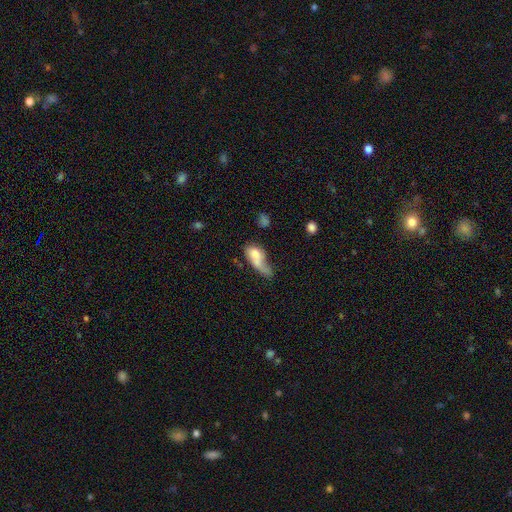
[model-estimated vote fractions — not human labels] smooth-or-featured: smooth: 65% | featured or disk: 26% | star or artifact: 9%
  how-rounded: in between: 74% | cigar-shaped: 13% | round: 13%
  merging: major disturbance: 35% | merger: 32% | none: 16% | minor disturbance: 16%